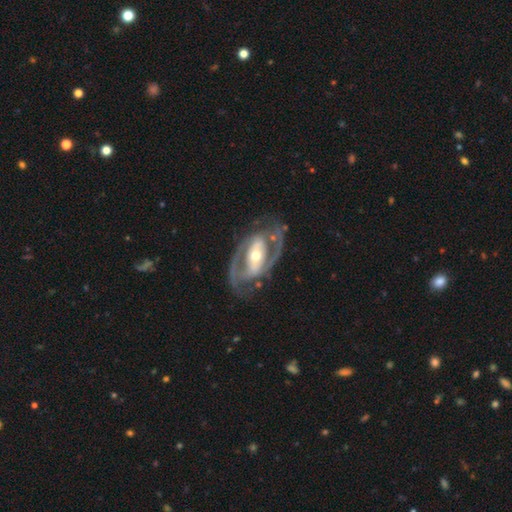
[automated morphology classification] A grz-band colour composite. It shows a featured or disk galaxy (89%) with a strong bar (47%), 2 (89%) medium (52%) spiral arms (90%) and a moderate central bulge (66%). Merging: none (74%).